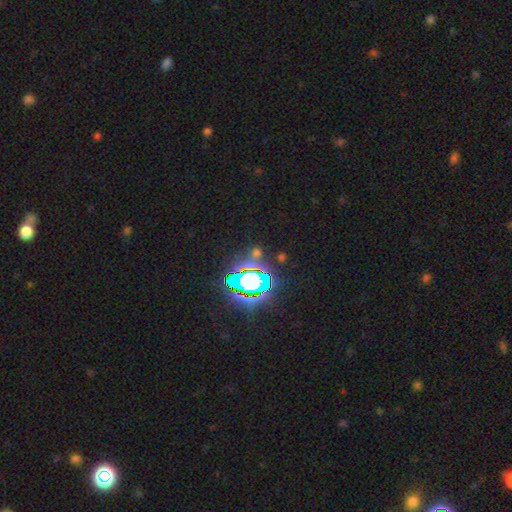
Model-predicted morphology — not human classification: type=star or artifact (72%).